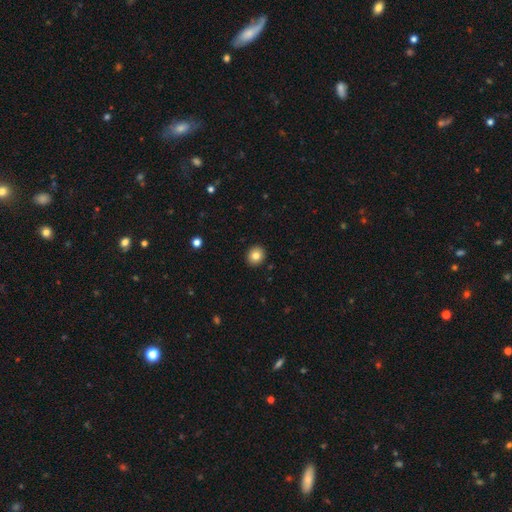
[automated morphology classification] This is clearly a smooth galaxy (83%). How rounded: clearly round (81%). Merging: clearly none (92%).